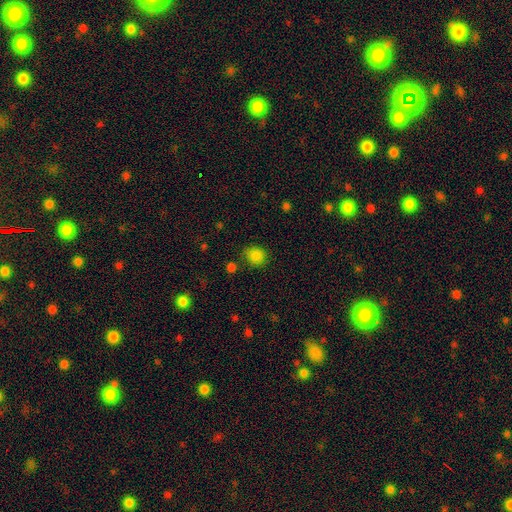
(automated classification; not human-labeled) Morphology: type=smooth (84%); roundness=round (76%); merging=none (75%).